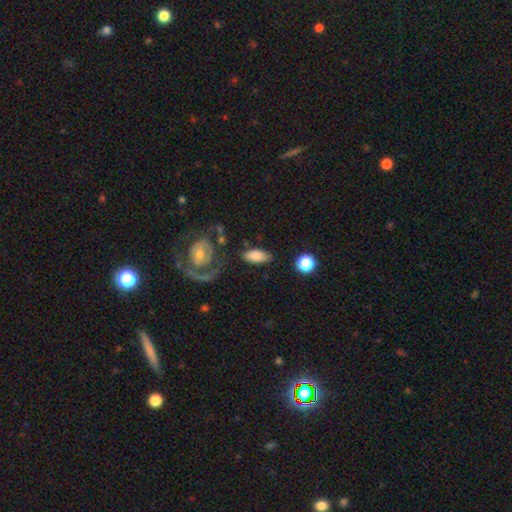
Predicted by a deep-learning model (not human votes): Morphology: type=smooth (78%); roundness=in between (90%); merging=none (73%).